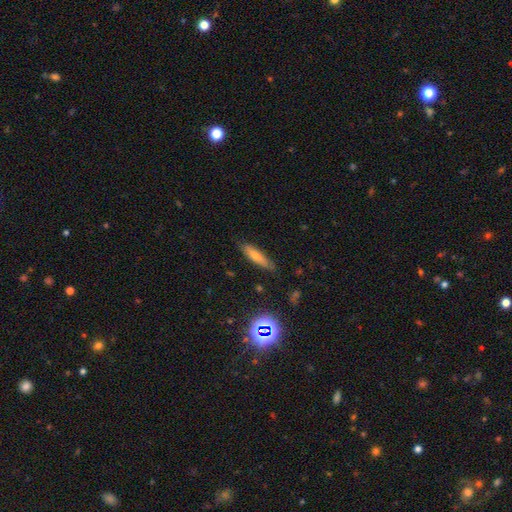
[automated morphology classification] Smooth or featured?
  - smooth: 58% *
  - featured or disk: 29%
  - star or artifact: 13%
How rounded?
  - cigar-shaped: 77% *
  - in between: 20%
  - round: 3%
Merging?
  - none: 82% *
  - minor disturbance: 13%
  - major disturbance: 3%
  - merger: 2%